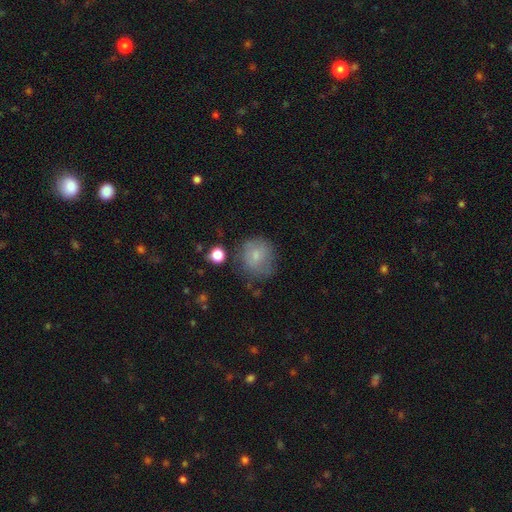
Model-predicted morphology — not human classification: A smooth galaxy with no disk features (72%) that is round (81%).

Vote fractions:
- Smooth or featured? smooth: 72% / featured or disk: 18% / star or artifact: 10%
- How rounded? round: 81% / in between: 18% / cigar-shaped: 1%
- Merging? none: 57% / minor disturbance: 26% / major disturbance: 13% / merger: 4%